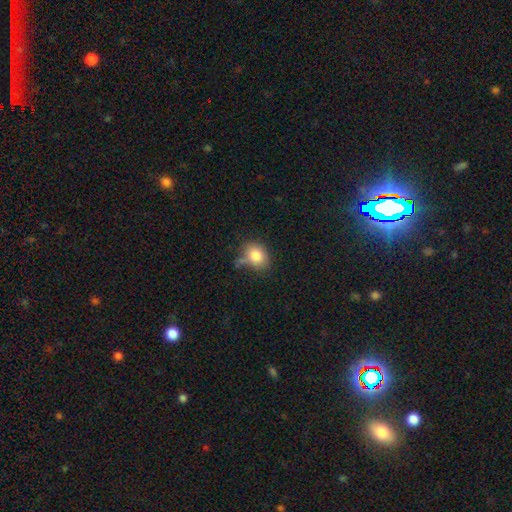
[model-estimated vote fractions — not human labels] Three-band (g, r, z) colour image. It shows a smooth galaxy with no disk features (82%) that is in between round and cigar-shaped (54%). Merging: none (57%).